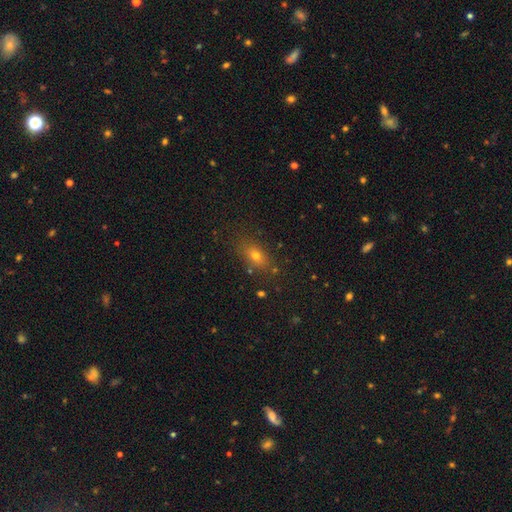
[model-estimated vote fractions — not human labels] Smooth or featured: smooth — 70% (star or artifact — 16%)
How rounded: in between — 72% (round — 20%)
Merging: none — 81% (minor disturbance — 12%)